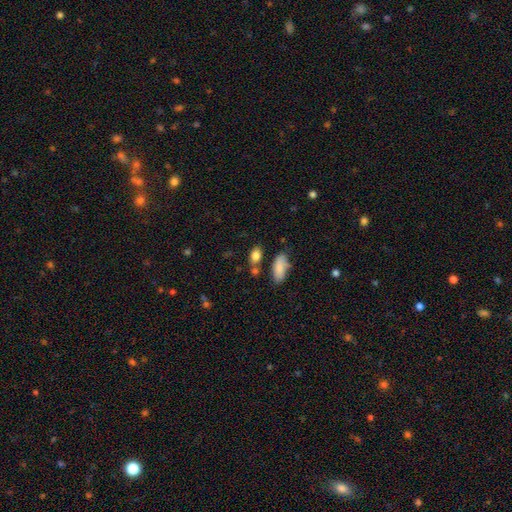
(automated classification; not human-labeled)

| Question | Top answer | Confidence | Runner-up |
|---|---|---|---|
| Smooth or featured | smooth | 83% | star or artifact (9%) |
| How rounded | in between | 80% | round (12%) |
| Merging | none | 66% | minor disturbance (16%) |